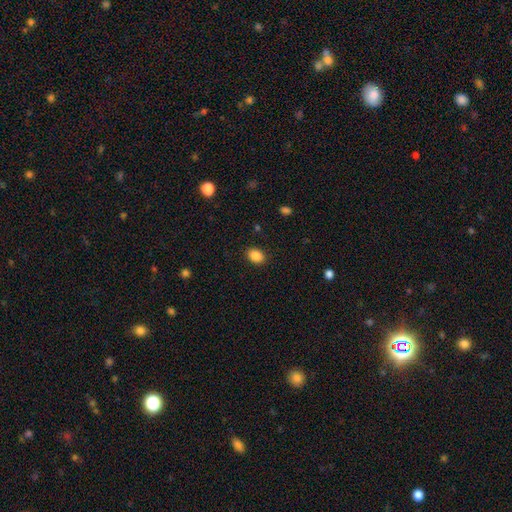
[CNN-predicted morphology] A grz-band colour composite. It shows a smooth galaxy with no disk features (88%) that is in between round and cigar-shaped (69%). Merging: none (89%).